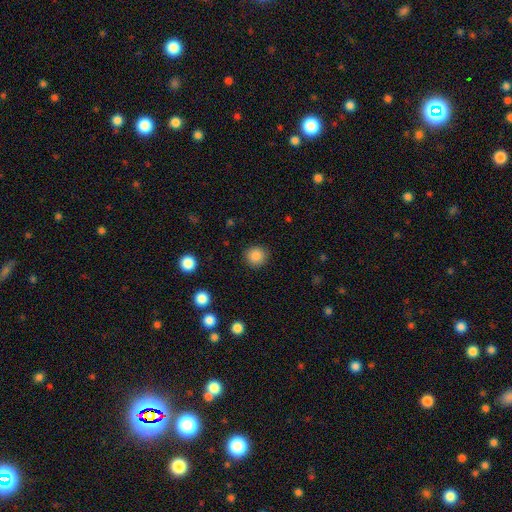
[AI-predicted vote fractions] Smooth or featured? smooth (87%)
How rounded? round (92%)
Merging? none (91%)